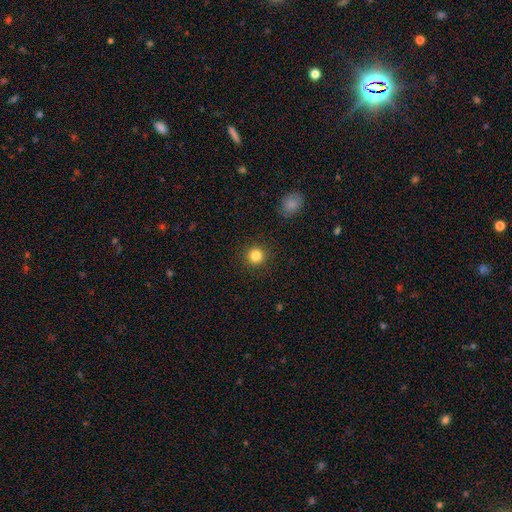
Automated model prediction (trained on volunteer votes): smooth_or_featured: smooth (p=0.84) [alt: star or artifact p=0.11]
how_rounded: round (p=0.94) [alt: in between p=0.05]
merging: none (p=0.91) [alt: minor disturbance p=0.06]